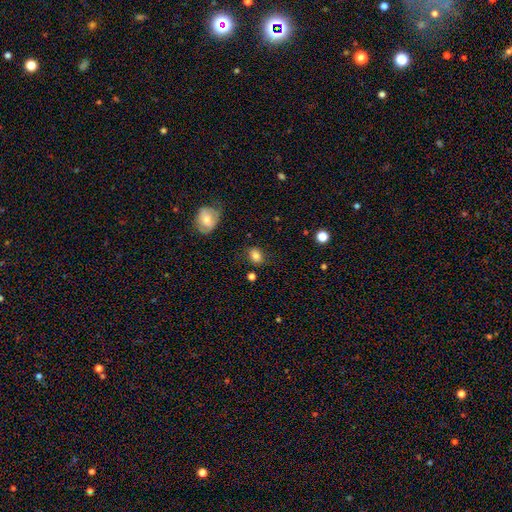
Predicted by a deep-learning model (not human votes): smooth-or-featured: smooth: 82% | star or artifact: 10% | featured or disk: 8%
  how-rounded: in between: 60% | round: 39% | cigar-shaped: 1%
  merging: none: 75% | minor disturbance: 17% | major disturbance: 5% | merger: 3%